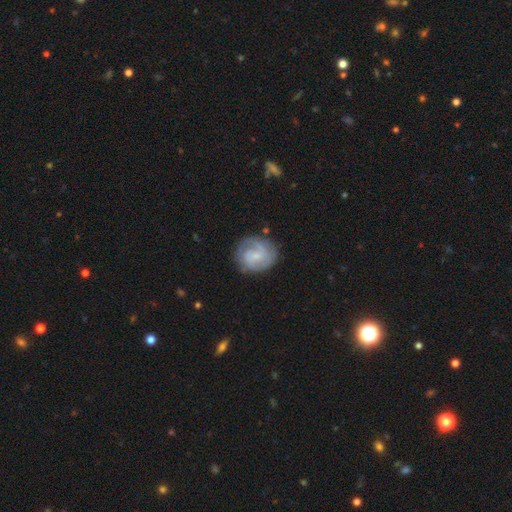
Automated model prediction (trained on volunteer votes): Smooth or featured: featured or disk — 66% (smooth — 28%)
Edge-on disk: no — 98% (yes — 2%)
Bar: no — 52% (weak — 41%)
Spiral arms: yes — 89% (no — 11%)
Spiral winding: tight — 44% (medium — 39%)
Spiral arm count: 2 — 47% (can't tell — 24%)
Bulge size: small — 60% (moderate — 19%)
Merging: none — 71% (minor disturbance — 18%)